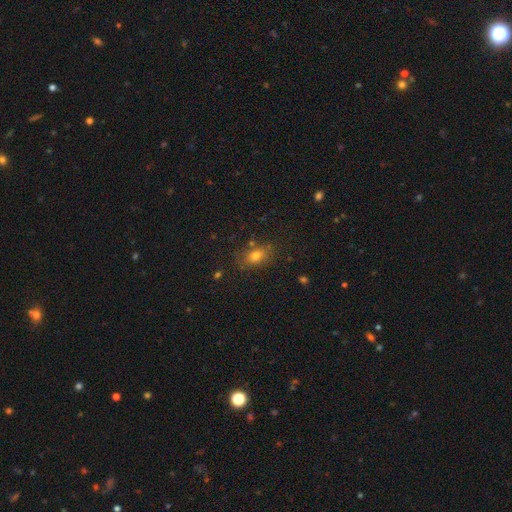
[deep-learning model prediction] This appears to be a smooth galaxy with no disk features (74%) that is in between round and cigar-shaped (71%). Merging: none (76%).